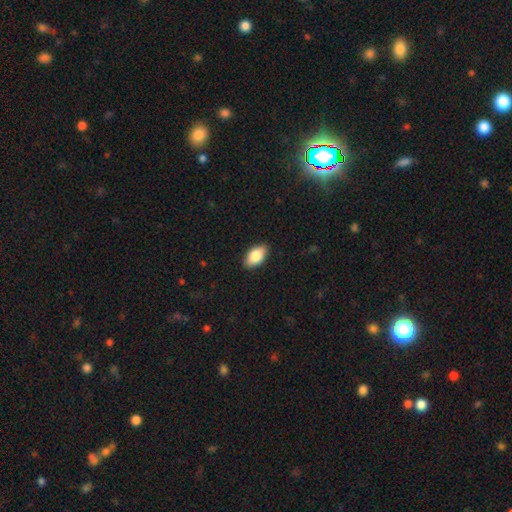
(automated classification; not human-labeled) Smooth or featured? smooth (83%)
How rounded? in between (93%)
Merging? none (88%)